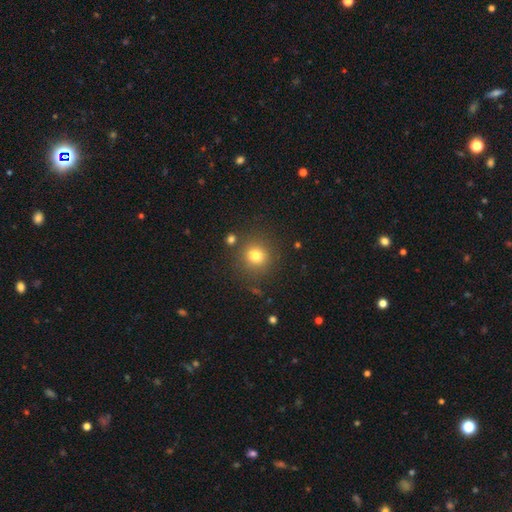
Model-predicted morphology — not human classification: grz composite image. It shows a smooth galaxy with no disk features (77%) that is round (90%). Merging: none (84%).